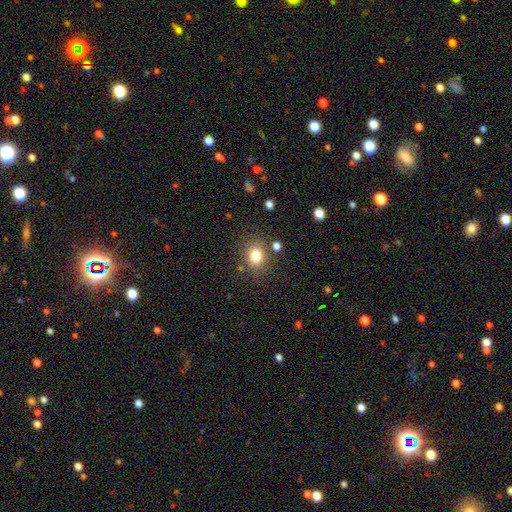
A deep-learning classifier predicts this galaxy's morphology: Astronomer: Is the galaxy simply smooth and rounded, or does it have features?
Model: smooth — 80%.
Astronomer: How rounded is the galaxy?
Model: round — 59% (runner-up: in between, 40%).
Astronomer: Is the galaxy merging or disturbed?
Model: none — 77%.